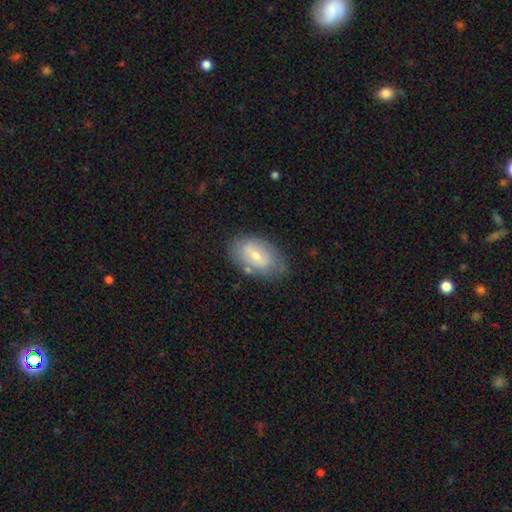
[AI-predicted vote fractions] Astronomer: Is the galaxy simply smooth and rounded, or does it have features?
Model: smooth — 52% (runner-up: featured or disk, 41%).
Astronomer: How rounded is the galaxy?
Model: in between — 91%.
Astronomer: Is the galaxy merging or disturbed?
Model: none — 71%.